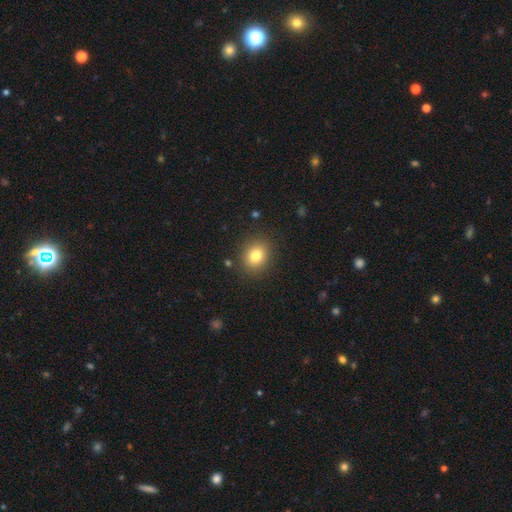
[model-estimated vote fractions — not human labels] A smooth galaxy with no disk features (79%) that is round (64%). Merging: none (88%).